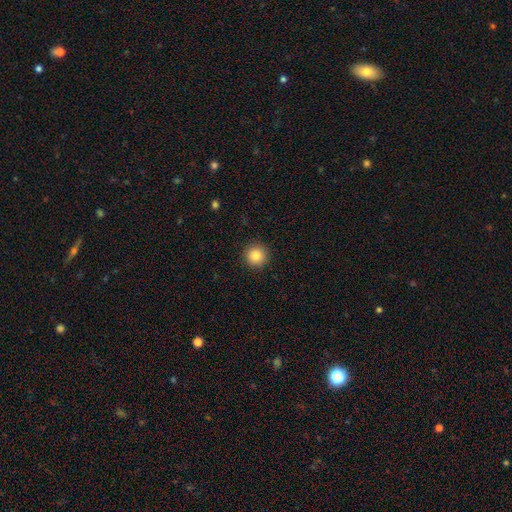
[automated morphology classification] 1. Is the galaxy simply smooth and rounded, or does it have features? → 86% smooth, 10% star or artifact, 4% featured or disk.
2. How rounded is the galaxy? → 95% round, 4% in between, 1% cigar-shaped.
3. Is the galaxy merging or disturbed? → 92% none, 5% minor disturbance, 2% major disturbance, 1% merger.